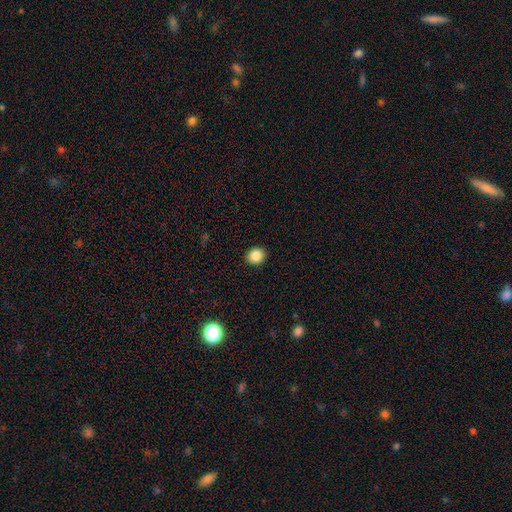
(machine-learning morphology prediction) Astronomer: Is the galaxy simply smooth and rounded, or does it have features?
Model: smooth — 87%.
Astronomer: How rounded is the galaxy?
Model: round — 81%.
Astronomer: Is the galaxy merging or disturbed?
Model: none — 92%.